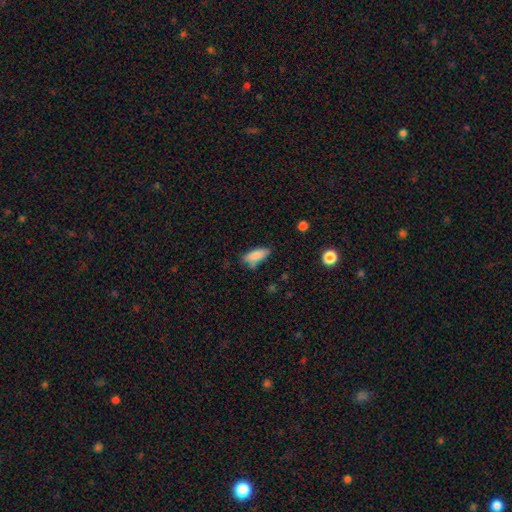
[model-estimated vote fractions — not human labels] Smooth or featured: smooth — 82% (featured or disk — 11%)
How rounded: in between — 73% (cigar-shaped — 25%)
Merging: none — 61% (minor disturbance — 26%)